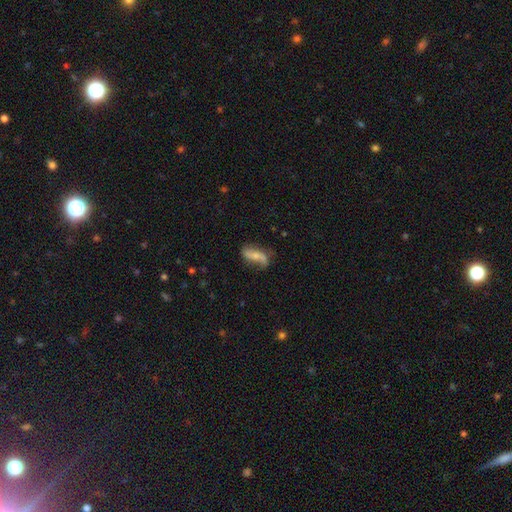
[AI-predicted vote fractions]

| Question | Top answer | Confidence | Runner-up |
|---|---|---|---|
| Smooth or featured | featured or disk | 57% | smooth (35%) |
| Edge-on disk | no | 87% | yes (13%) |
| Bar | no | 48% | weak (28%) |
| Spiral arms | yes | 85% | no (15%) |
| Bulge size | small | 54% | moderate (31%) |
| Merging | none | 59% | minor disturbance (26%) |